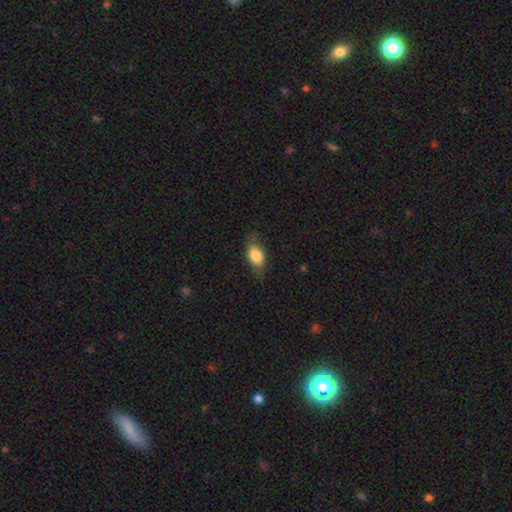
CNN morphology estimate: Smooth or featured? smooth (79%)
How rounded? in between (86%)
Merging? none (71%)